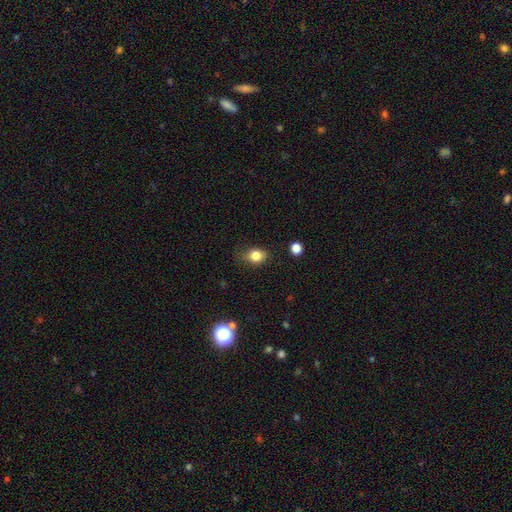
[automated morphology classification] Smooth or featured?
  - smooth: 82% *
  - star or artifact: 11%
  - featured or disk: 8%
How rounded?
  - in between: 54% *
  - round: 45%
  - cigar-shaped: 1%
Merging?
  - none: 73% *
  - minor disturbance: 20%
  - major disturbance: 5%
  - merger: 2%